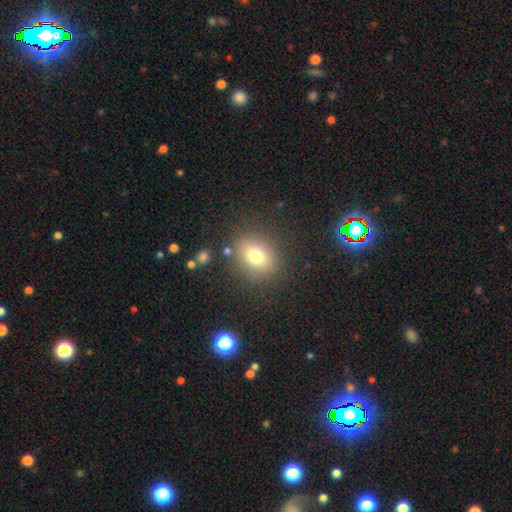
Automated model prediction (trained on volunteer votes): Morphology: type=smooth (75%); roundness=round (63%); merging=none (82%).